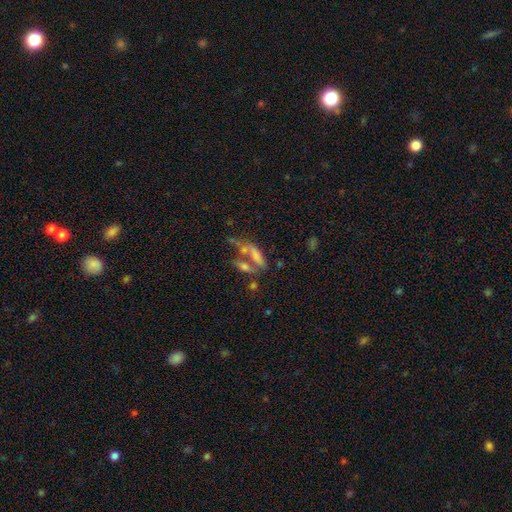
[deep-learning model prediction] smooth-or-featured: smooth: 47% | featured or disk: 35% | star or artifact: 18%
  merging: merger: 47% | none: 27% | major disturbance: 16% | minor disturbance: 11%